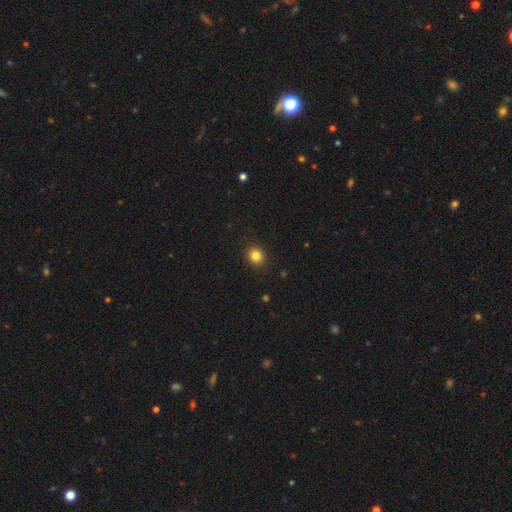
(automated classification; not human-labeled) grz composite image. It shows a smooth galaxy with no disk features (84%) that is round (80%). Merging: none (91%).